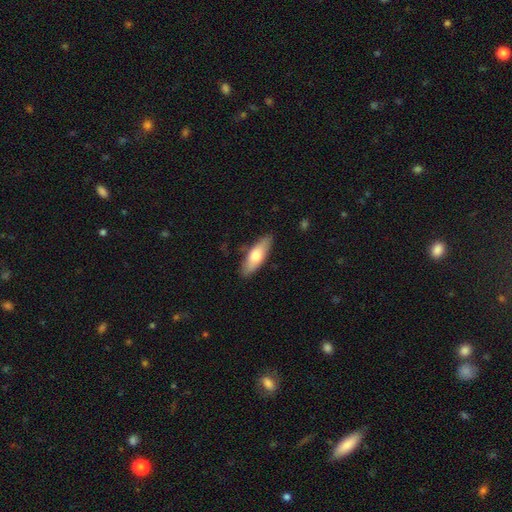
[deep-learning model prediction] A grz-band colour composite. It shows a smooth galaxy with no disk features (66%) that is in between round and cigar-shaped (60%). Merging: none (83%).